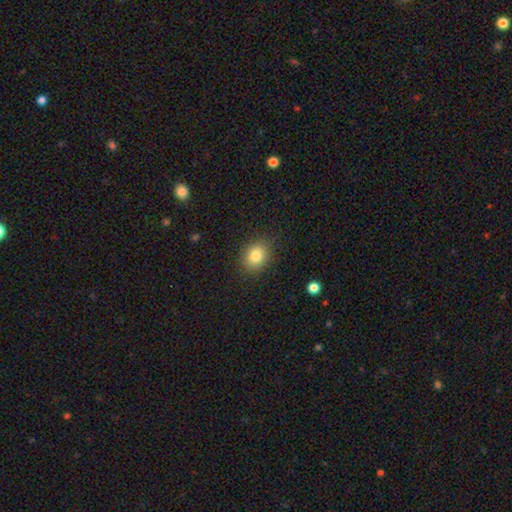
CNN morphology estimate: Smooth or featured? smooth (82%)
How rounded? round (53%)
Merging? none (86%)